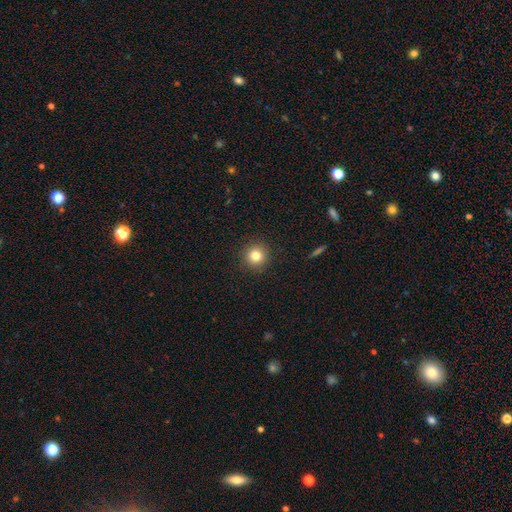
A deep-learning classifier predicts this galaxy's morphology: type=smooth (81%); roundness=round (95%); merging=none (92%).